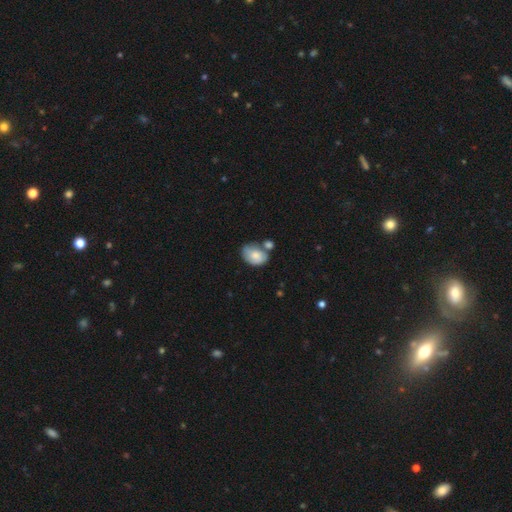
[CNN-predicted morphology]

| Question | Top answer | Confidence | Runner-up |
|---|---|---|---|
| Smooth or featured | smooth | 77% | featured or disk (16%) |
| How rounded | in between | 79% | round (20%) |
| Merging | none | 37% | merger (31%) |